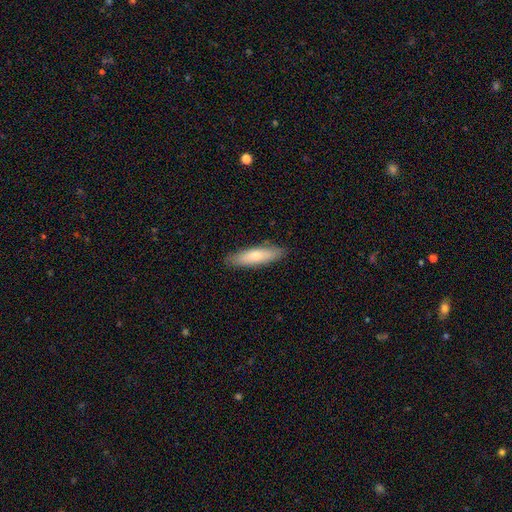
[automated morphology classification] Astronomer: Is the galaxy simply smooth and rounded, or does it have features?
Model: smooth — 71%.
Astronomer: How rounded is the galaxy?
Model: cigar-shaped — 63%.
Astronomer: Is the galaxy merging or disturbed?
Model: none — 87%.